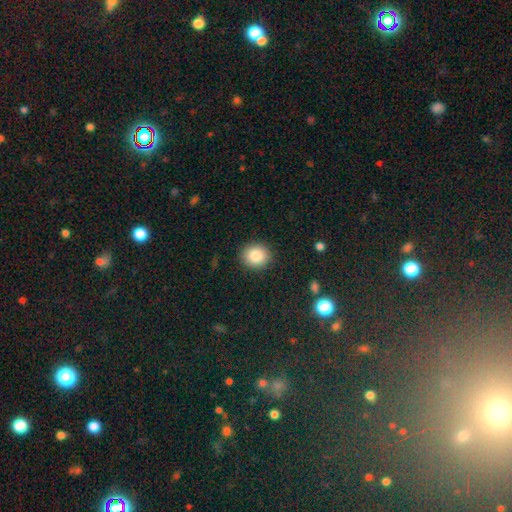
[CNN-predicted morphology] A smooth galaxy with no disk features (84%) that is round (79%). Merging: none (90%).